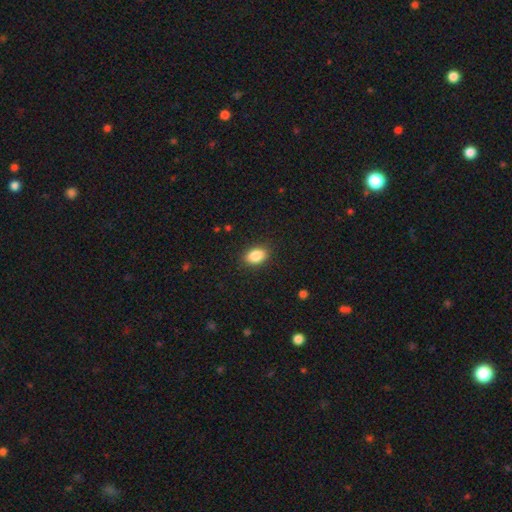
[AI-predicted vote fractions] smooth-or-featured: smooth: 87% | star or artifact: 8% | featured or disk: 5%
  how-rounded: in between: 84% | round: 15% | cigar-shaped: 2%
  merging: none: 87% | minor disturbance: 9% | major disturbance: 3% | merger: 1%